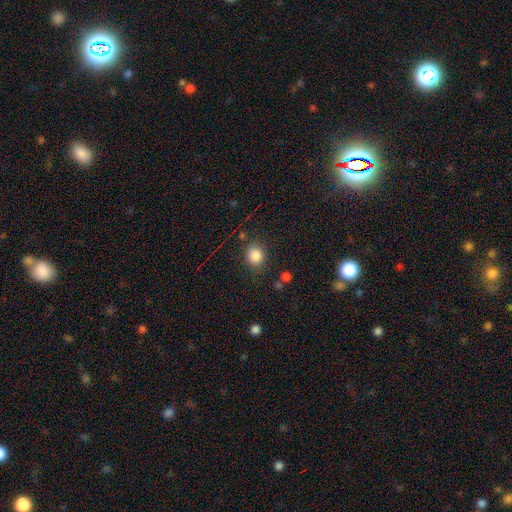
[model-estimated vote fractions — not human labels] smooth_or_featured: smooth (p=0.84) [alt: star or artifact p=0.10]
how_rounded: round (p=0.71) [alt: in between p=0.28]
merging: none (p=0.81) [alt: minor disturbance p=0.12]